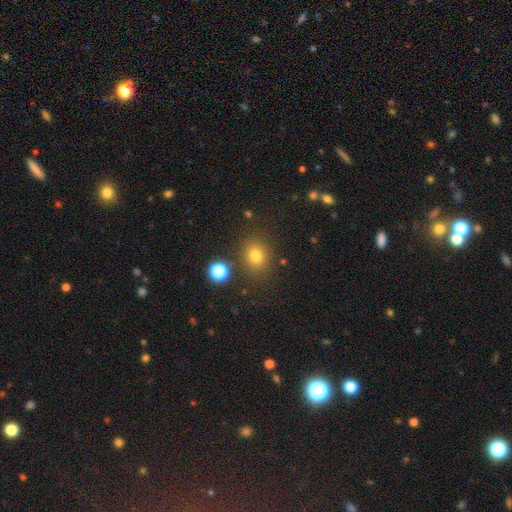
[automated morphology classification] Q: Smooth or featured?
A: smooth (77%); runner-up: star or artifact (15%)
Q: How rounded?
A: round (72%); runner-up: in between (28%)
Q: Merging?
A: none (81%); runner-up: minor disturbance (10%)